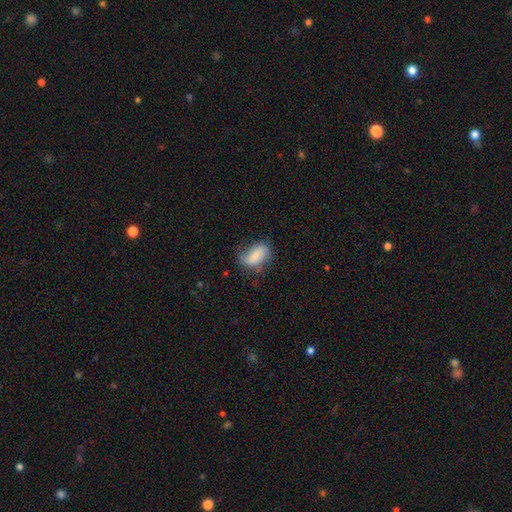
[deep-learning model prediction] Smooth or featured?
  - smooth: 60% *
  - featured or disk: 32%
  - star or artifact: 8%
How rounded?
  - in between: 85% *
  - round: 12%
  - cigar-shaped: 3%
Merging?
  - none: 54% *
  - minor disturbance: 31%
  - major disturbance: 14%
  - merger: 2%